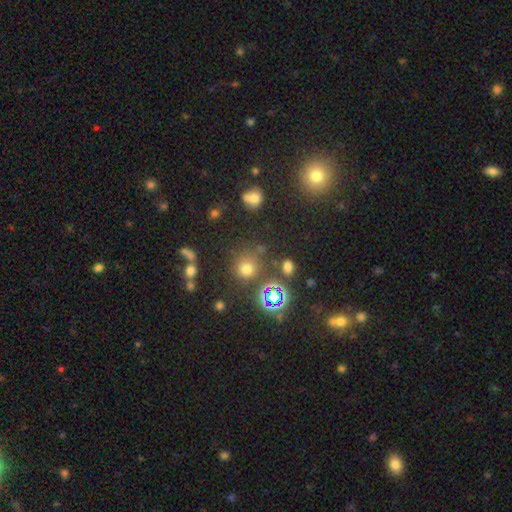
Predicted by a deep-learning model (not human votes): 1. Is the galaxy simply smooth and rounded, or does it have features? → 47% star or artifact, 46% smooth, 7% featured or disk.